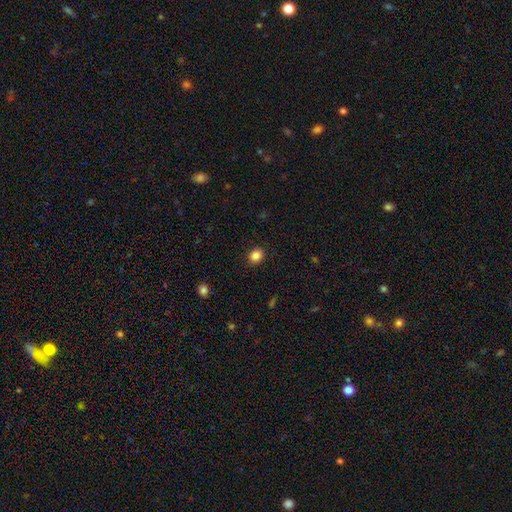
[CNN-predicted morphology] Smooth or featured: smooth — 86% (star or artifact — 10%)
How rounded: round — 59% (in between — 40%)
Merging: none — 89% (minor disturbance — 7%)